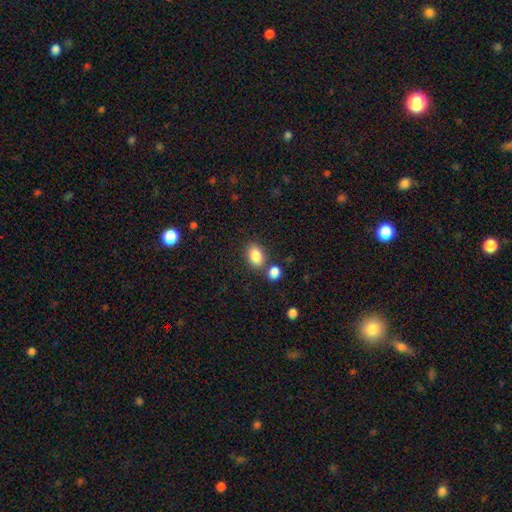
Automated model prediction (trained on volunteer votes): Q: Smooth or featured?
A: smooth (86%); runner-up: star or artifact (8%)
Q: How rounded?
A: in between (81%); runner-up: round (18%)
Q: Merging?
A: none (71%); runner-up: merger (15%)